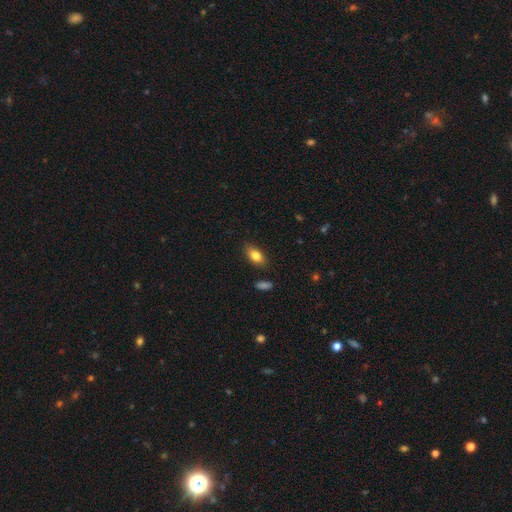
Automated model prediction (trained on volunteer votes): Morphology: type=smooth (82%); roundness=in between (87%); merging=none (84%).